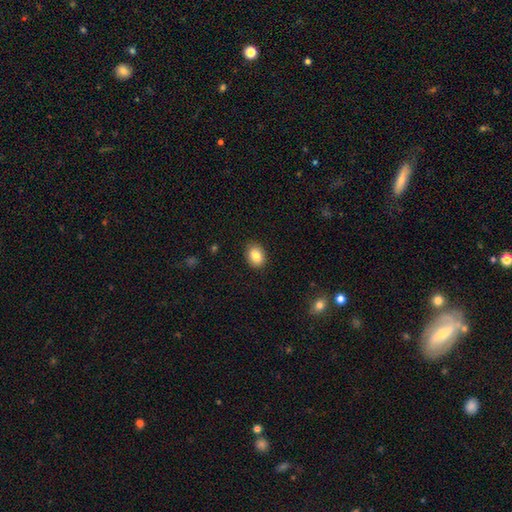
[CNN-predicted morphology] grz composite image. It shows a smooth galaxy with no disk features (86%) that is in between round and cigar-shaped (65%). Merging: none (88%).